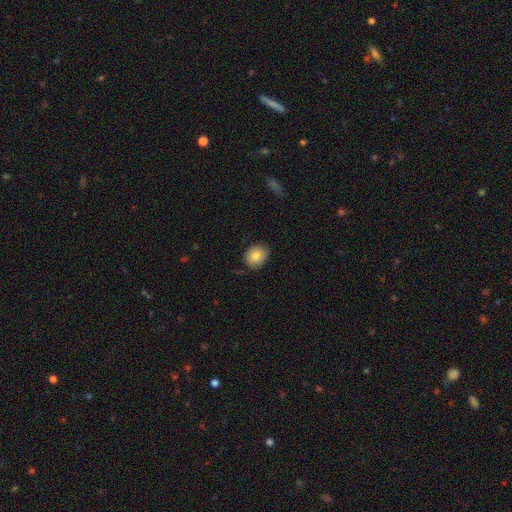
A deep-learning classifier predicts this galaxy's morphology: A smooth galaxy with no disk features (81%) that is in between round and cigar-shaped (51%). Merging: none (78%).